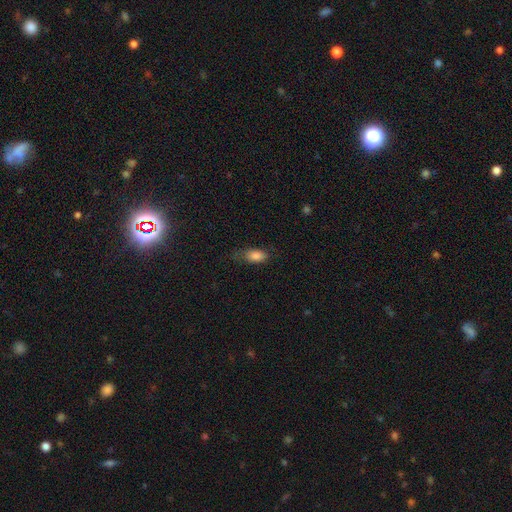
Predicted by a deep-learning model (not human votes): The model was most divided on "merging": none: 64%, minor disturbance: 26%, major disturbance: 9%, merger: 1%. More confident: how rounded — in between (86%); smooth or featured — smooth (84%).